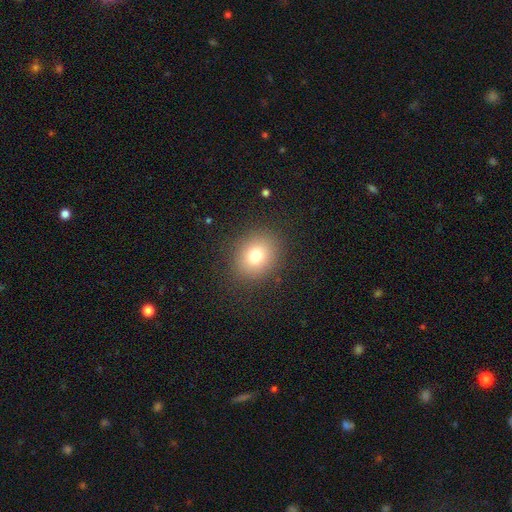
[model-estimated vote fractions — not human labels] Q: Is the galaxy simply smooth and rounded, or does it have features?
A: smooth — 76%.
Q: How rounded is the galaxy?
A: round — 70%.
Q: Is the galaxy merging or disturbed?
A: none — 88%.